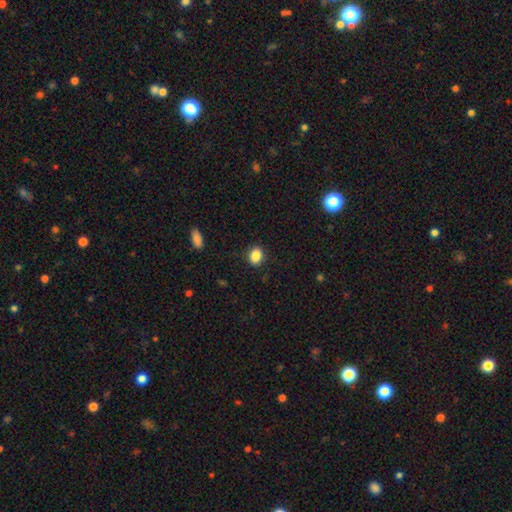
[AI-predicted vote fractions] smooth 86%, star or artifact 9%, featured or disk 4%. Down the decision tree: how rounded — in between (51%); merging — none (89%).